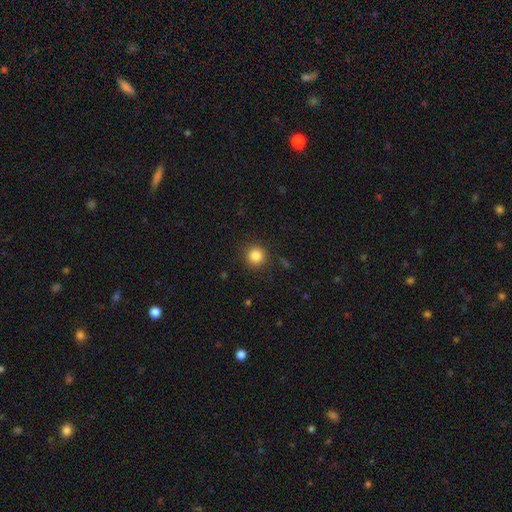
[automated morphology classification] A smooth galaxy with no disk features (85%) that is round (94%).

Vote fractions:
- Smooth or featured? smooth: 85% / star or artifact: 11% / featured or disk: 4%
- How rounded? round: 94% / in between: 5% / cigar-shaped: 1%
- Merging? none: 90% / minor disturbance: 7% / major disturbance: 2% / merger: 1%